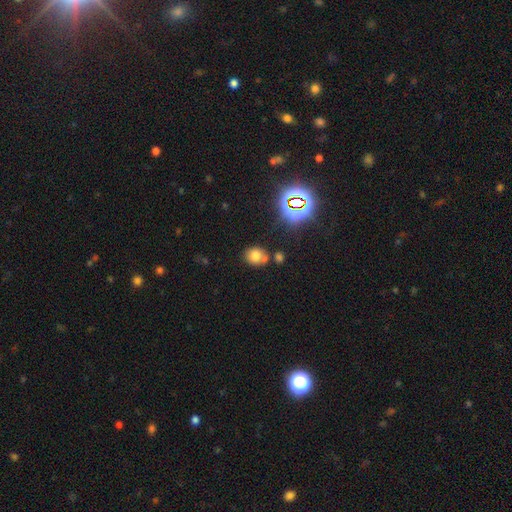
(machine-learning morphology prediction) The model was most divided on "how rounded": round: 60%, in between: 39%, cigar-shaped: 1%. More confident: smooth or featured — smooth (69%); merging — none (61%).